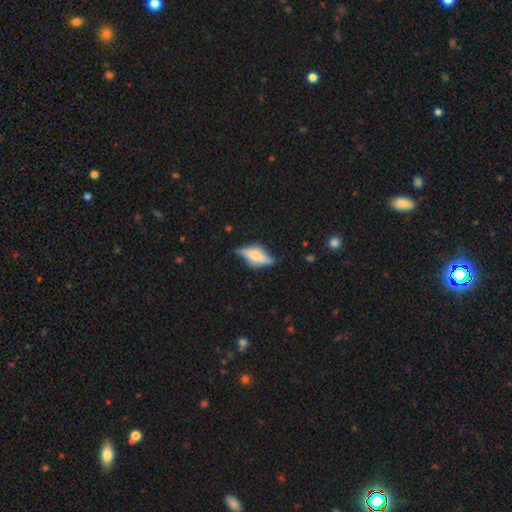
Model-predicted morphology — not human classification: Q: Smooth or featured?
A: featured or disk (57%); runner-up: smooth (36%)
Q: Edge-on disk?
A: yes (84%); runner-up: no (16%)
Q: Merging?
A: none (68%); runner-up: minor disturbance (23%)